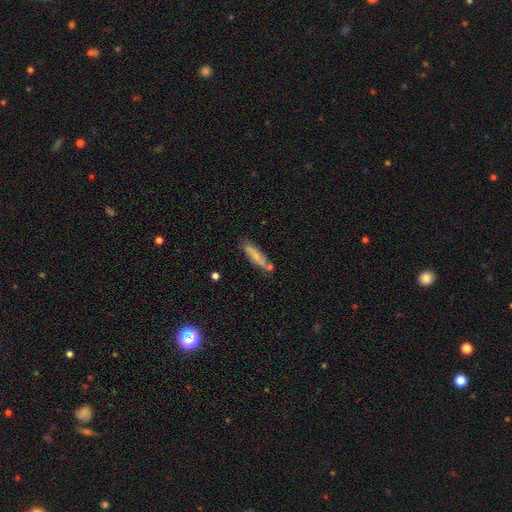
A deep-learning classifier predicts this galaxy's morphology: smooth 59%, featured or disk 34%, star or artifact 7%. Down the decision tree: how rounded — cigar-shaped (63%); merging — none (64%).